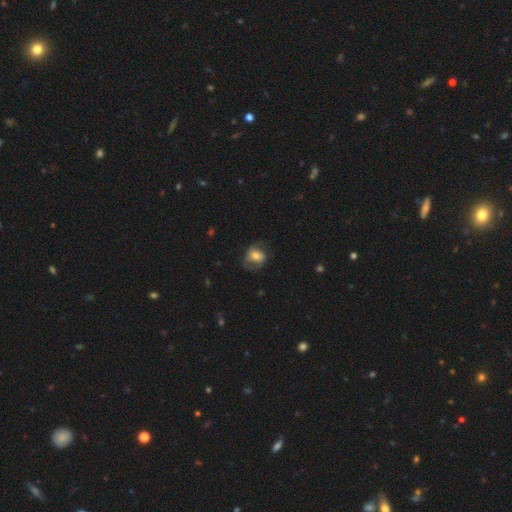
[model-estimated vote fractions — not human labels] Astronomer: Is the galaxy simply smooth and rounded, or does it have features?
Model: smooth — 57% (runner-up: featured or disk, 35%).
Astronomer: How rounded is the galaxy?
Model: in between — 56% (runner-up: round, 43%).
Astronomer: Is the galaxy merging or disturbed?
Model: none — 56%.